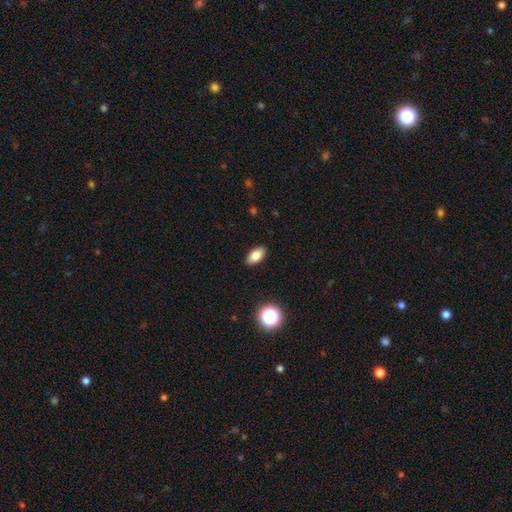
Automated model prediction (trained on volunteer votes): Smooth or featured? smooth (81%)
How rounded? in between (88%)
Merging? none (89%)